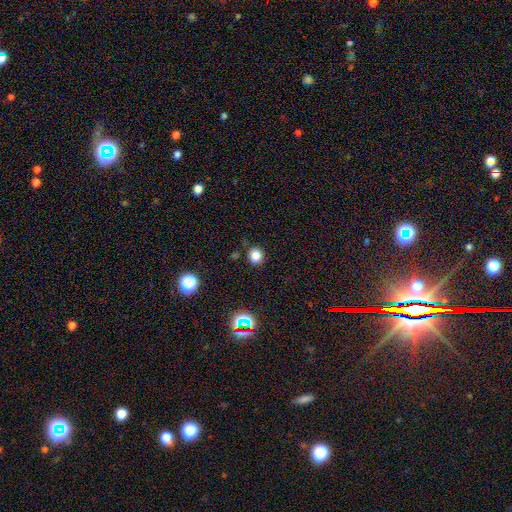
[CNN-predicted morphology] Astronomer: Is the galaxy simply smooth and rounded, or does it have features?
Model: smooth — 80%.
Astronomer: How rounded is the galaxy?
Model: round — 87%.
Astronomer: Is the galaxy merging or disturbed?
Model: none — 86%.